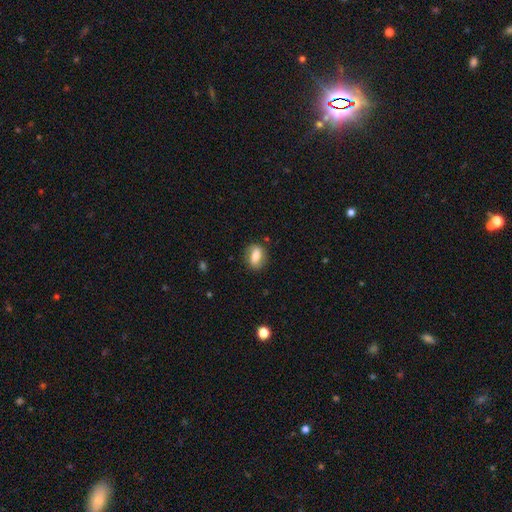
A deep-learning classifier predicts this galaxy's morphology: Smooth or featured? Predicted: smooth (p=0.66). How rounded? Predicted: in between (p=0.75). Merging? Predicted: none (p=0.80).